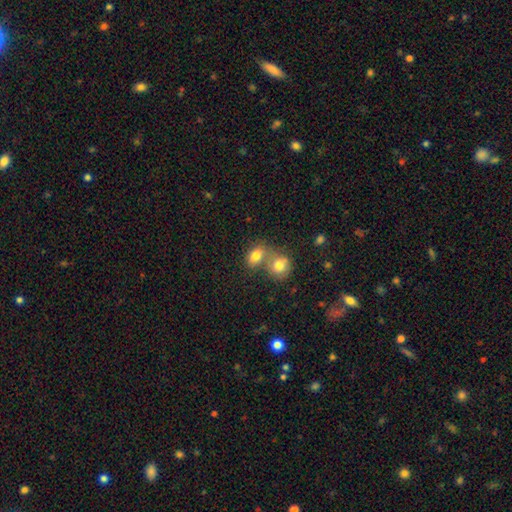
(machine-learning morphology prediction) Smooth or featured? Predicted: smooth (p=0.79). How rounded? Predicted: in between (p=0.68). Merging? Predicted: merger (p=0.55).